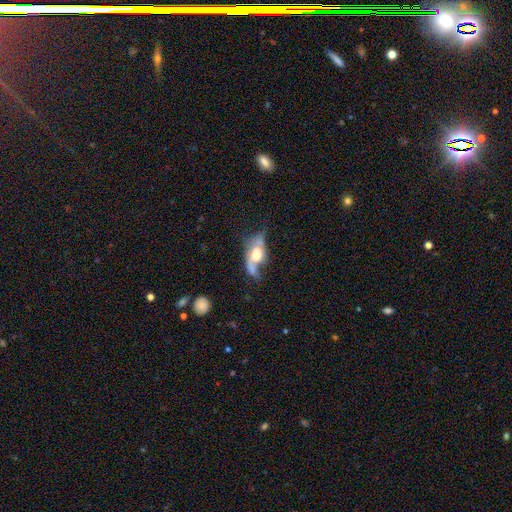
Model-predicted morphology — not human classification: Overall: featured or disk (52%; smooth 39%). Edge-on disk: no (78%). Merging: major disturbance (31%; none 27%).